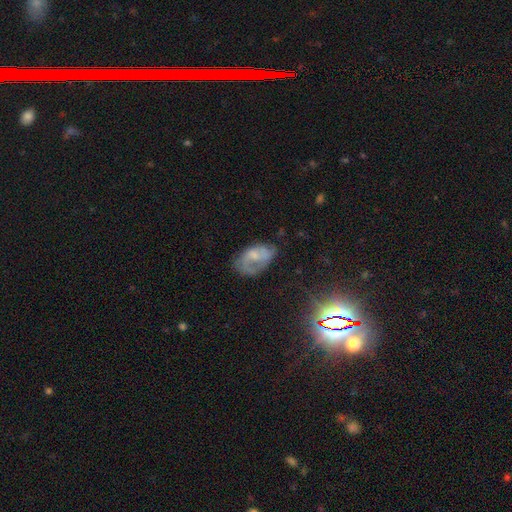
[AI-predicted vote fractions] A featured or disk galaxy (47%). Merging: none (47%).